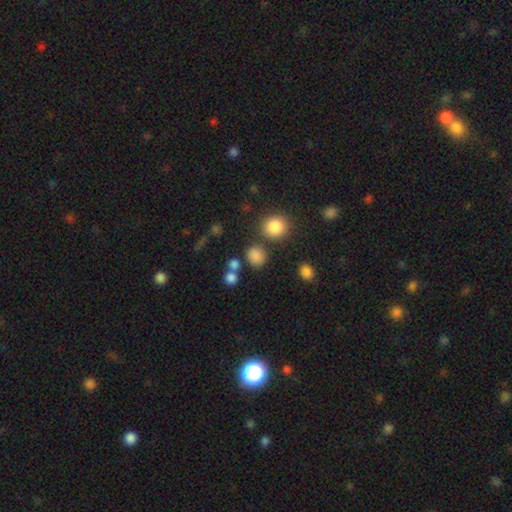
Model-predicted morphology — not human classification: Q: Smooth or featured?
A: smooth (81%); runner-up: star or artifact (14%)
Q: How rounded?
A: round (75%); runner-up: in between (24%)
Q: Merging?
A: none (74%); runner-up: merger (11%)